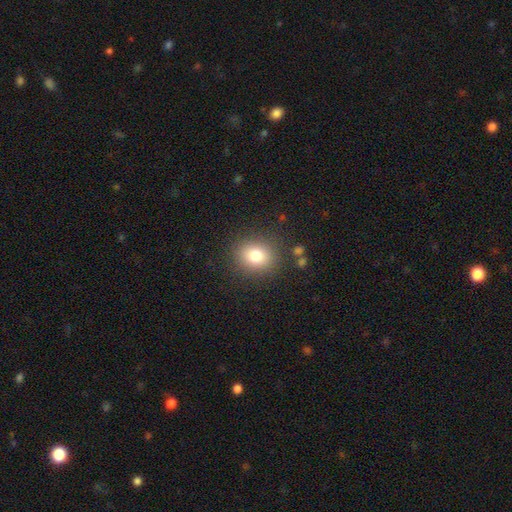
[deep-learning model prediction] Smooth or featured: smooth — 80% (star or artifact — 12%)
How rounded: round — 73% (in between — 26%)
Merging: none — 86% (minor disturbance — 9%)